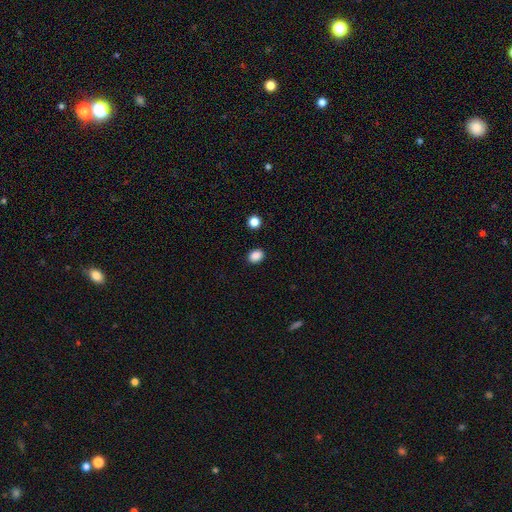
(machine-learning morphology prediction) This is clearly a smooth galaxy (88%). How rounded: likely in between (61%). Merging: clearly none (89%).